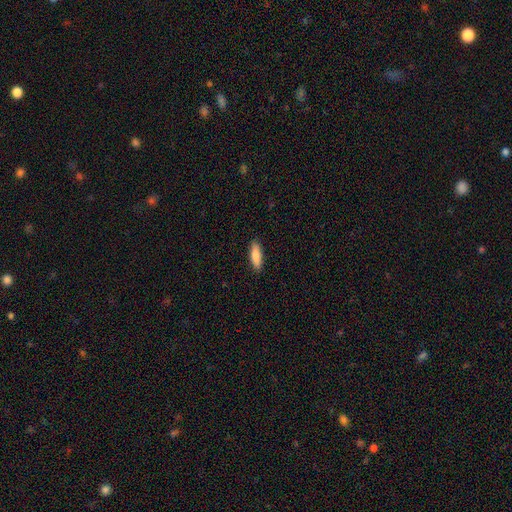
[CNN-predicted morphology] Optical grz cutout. It shows a smooth galaxy with no disk features (86%) that is cigar-shaped (49%, tied with in between). Merging: none (89%).